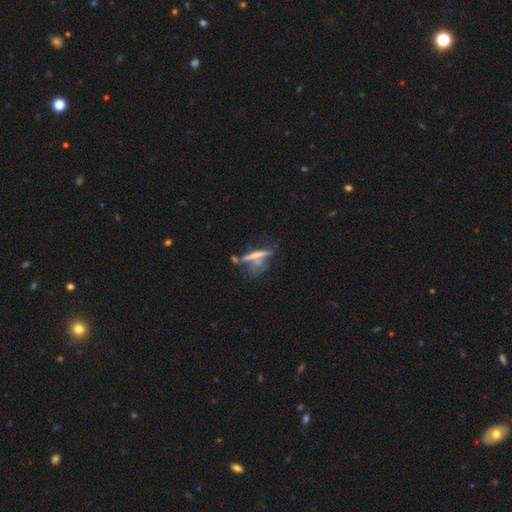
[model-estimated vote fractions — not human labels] Smooth or featured?
  - featured or disk: 49% *
  - smooth: 39%
  - star or artifact: 12%
Merging?
  - none: 38% *
  - merger: 32%
  - major disturbance: 15%
  - minor disturbance: 15%